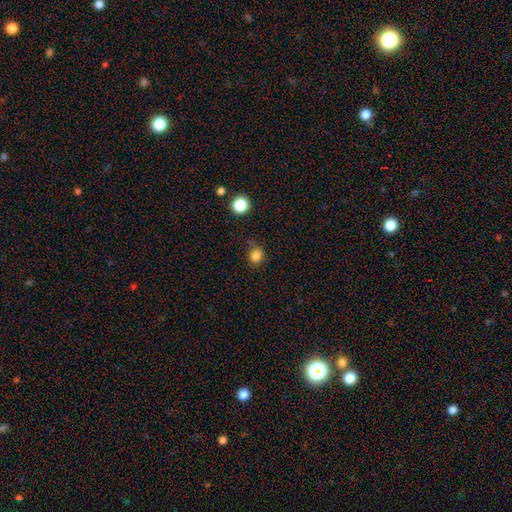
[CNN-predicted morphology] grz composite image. It shows a smooth galaxy with no disk features (82%) that is round (82%). Merging: none (75%).